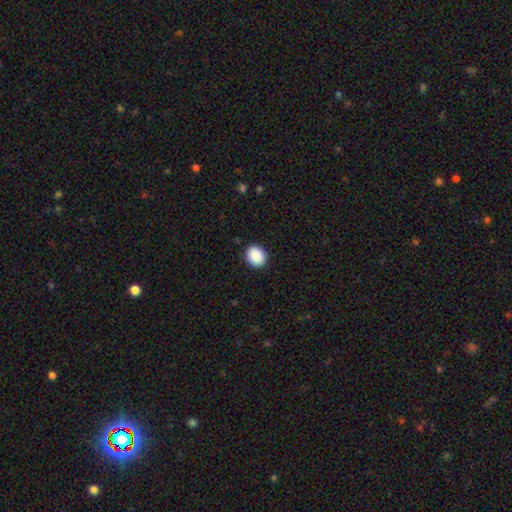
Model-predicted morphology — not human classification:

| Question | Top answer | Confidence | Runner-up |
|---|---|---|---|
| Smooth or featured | smooth | 90% | star or artifact (8%) |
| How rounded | round | 65% | in between (34%) |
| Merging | none | 91% | minor disturbance (7%) |